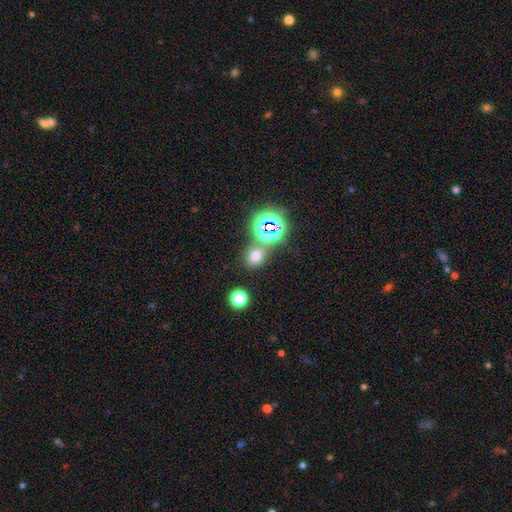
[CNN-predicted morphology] The model was most divided on "how rounded": round: 64%, in between: 34%, cigar-shaped: 1%. More confident: merging — none (70%); smooth or featured — smooth (64%).